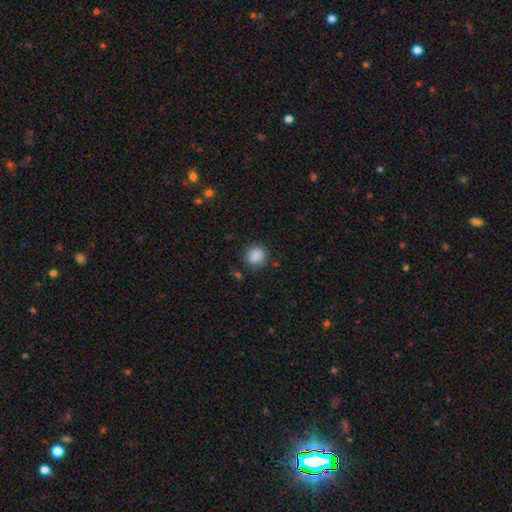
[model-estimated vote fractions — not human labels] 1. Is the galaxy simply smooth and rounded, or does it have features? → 87% smooth, 9% star or artifact, 3% featured or disk.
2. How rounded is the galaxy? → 70% round, 29% in between, 1% cigar-shaped.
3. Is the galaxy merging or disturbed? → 82% none, 12% minor disturbance, 4% major disturbance, 2% merger.